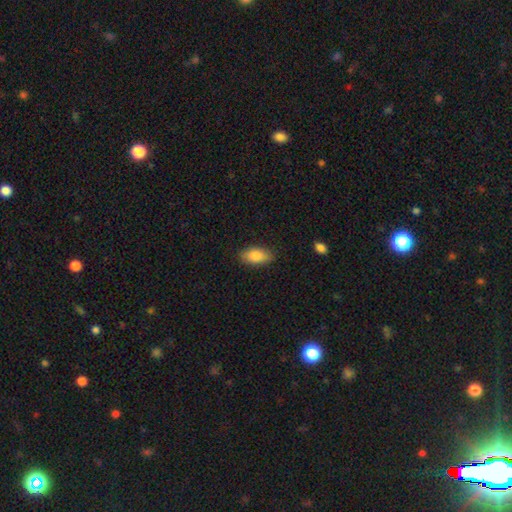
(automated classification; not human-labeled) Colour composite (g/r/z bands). It shows a smooth galaxy with no disk features (85%) that is in between round and cigar-shaped (91%). Merging: none (86%).